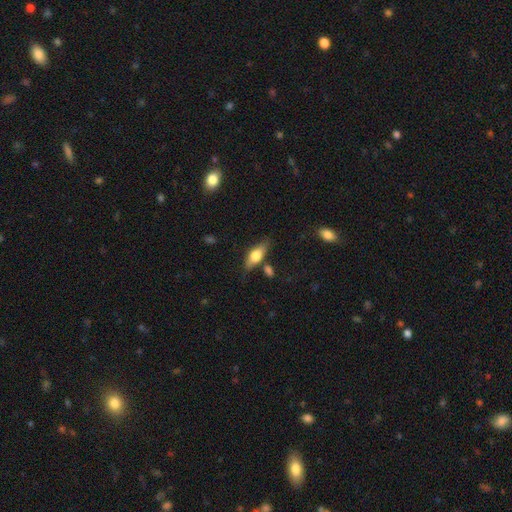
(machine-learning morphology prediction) Overall: smooth (58%; featured or disk 36%). How rounded: in between (67%; cigar-shaped 29%). Merging: none (71%).